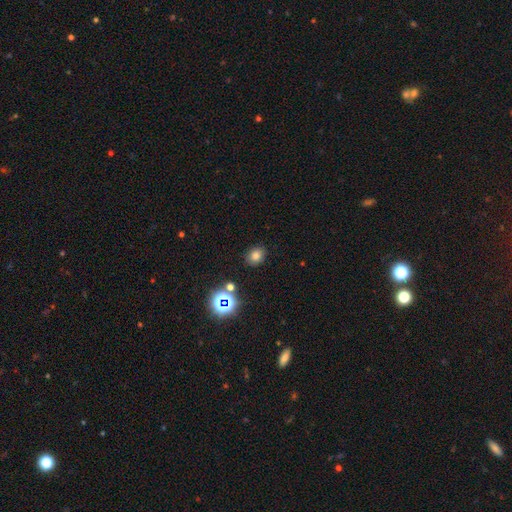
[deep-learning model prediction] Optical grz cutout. It shows a smooth galaxy with no disk features (74%) that is round (55%). Merging: none (87%).